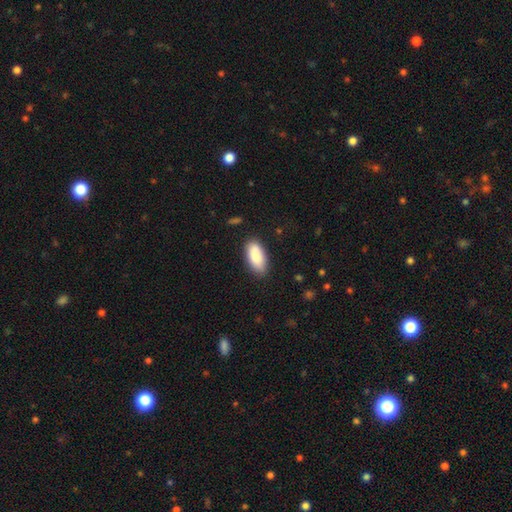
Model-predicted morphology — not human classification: smooth-or-featured: smooth: 87% | featured or disk: 7% | star or artifact: 6%
  how-rounded: in between: 90% | cigar-shaped: 9% | round: 2%
  merging: none: 84% | minor disturbance: 12% | major disturbance: 2% | merger: 1%